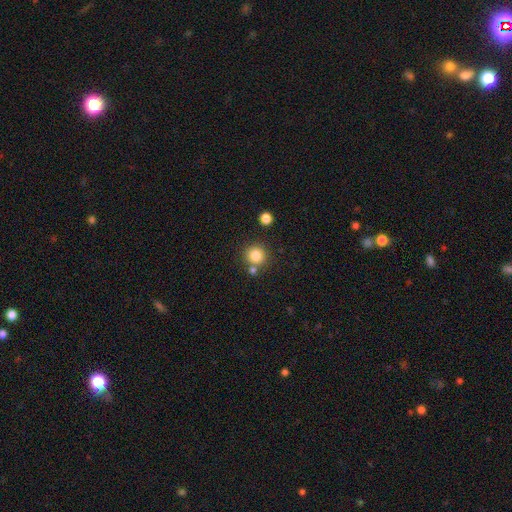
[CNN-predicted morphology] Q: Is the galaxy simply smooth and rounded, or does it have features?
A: smooth — 82%.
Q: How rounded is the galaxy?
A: round — 93%.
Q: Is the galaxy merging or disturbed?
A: none — 75%.